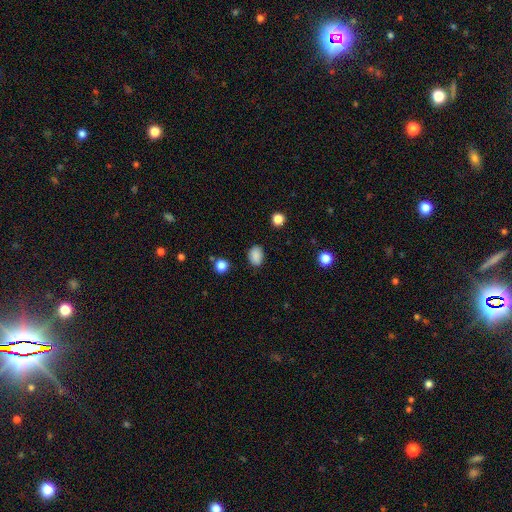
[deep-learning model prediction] This is clearly a smooth galaxy (87%). How rounded: likely in between (76%). Merging: clearly none (85%).